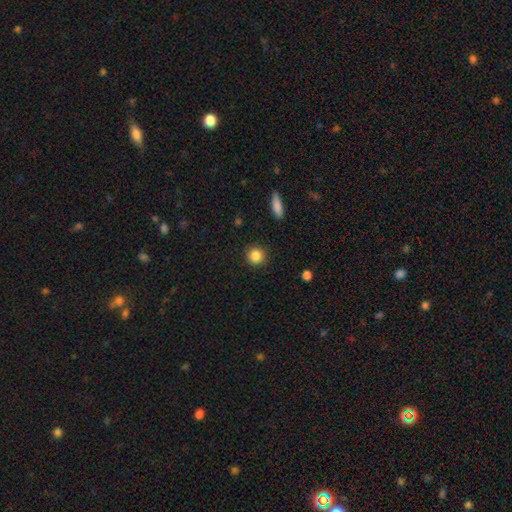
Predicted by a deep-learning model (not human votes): This appears to be a smooth galaxy with no disk features (86%) that is round (93%). Merging: none (91%).